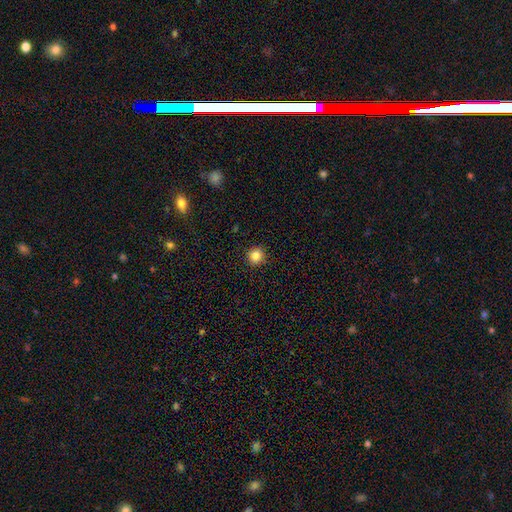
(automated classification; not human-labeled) Morphology: type=smooth (85%); roundness=round (93%); merging=none (93%).